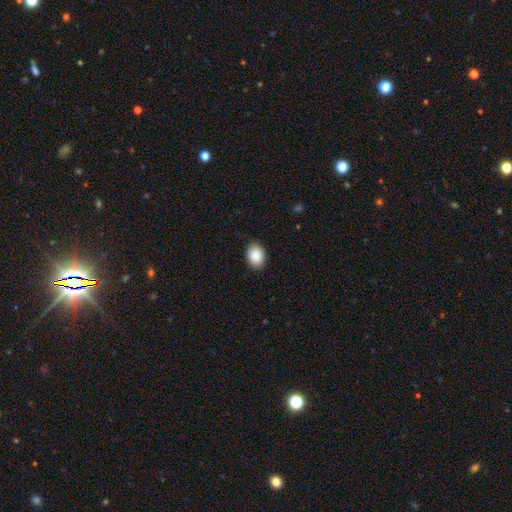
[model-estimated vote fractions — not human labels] smooth 90%, star or artifact 7%, featured or disk 3%. Down the decision tree: how rounded — in between (77%); merging — none (89%).